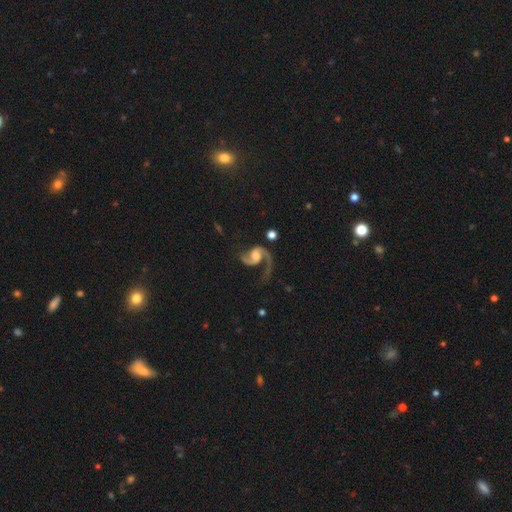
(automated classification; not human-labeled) Q: Smooth or featured?
A: featured or disk (91%); runner-up: star or artifact (4%)
Q: Edge-on disk?
A: no (98%); runner-up: yes (2%)
Q: Bar?
A: no (50%); runner-up: weak (38%)
Q: Spiral arms?
A: yes (98%); runner-up: no (2%)
Q: Spiral winding?
A: medium (48%); runner-up: loose (43%)
Q: Spiral arm count?
A: 2 (85%); runner-up: 1 (10%)
Q: Bulge size?
A: moderate (49%); runner-up: small (23%)
Q: Merging?
A: none (58%); runner-up: major disturbance (20%)